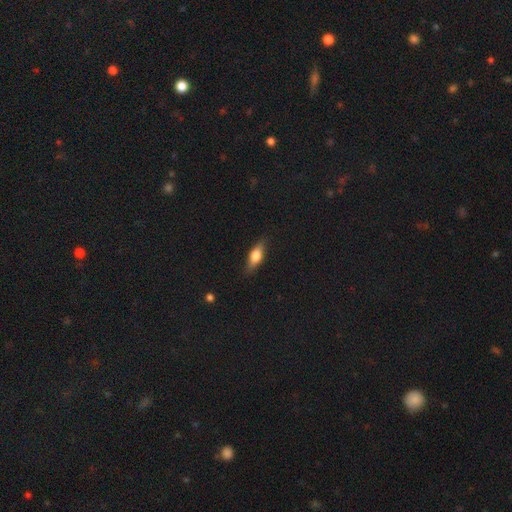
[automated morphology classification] Smooth or featured? smooth (64%)
How rounded? in between (64%)
Merging? none (82%)